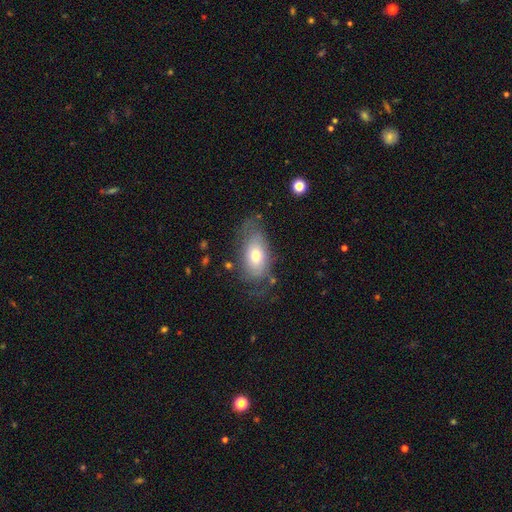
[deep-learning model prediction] The model was most divided on "smooth or featured": smooth: 56%, featured or disk: 36%, star or artifact: 7%. More confident: how rounded — in between (89%); merging — none (57%).